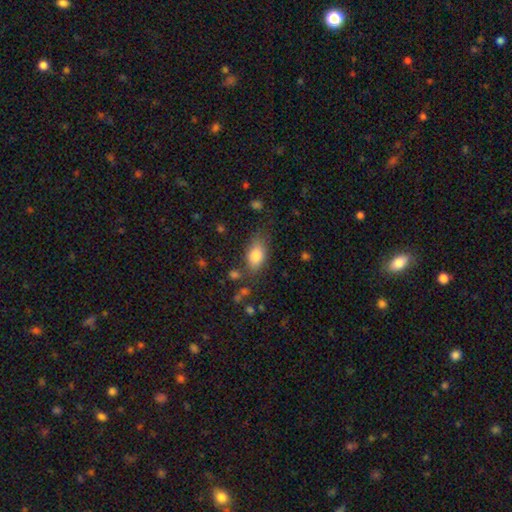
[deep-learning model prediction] Smooth or featured? Predicted: smooth (p=0.81). How rounded? Predicted: in between (p=0.86). Merging? Predicted: none (p=0.68).